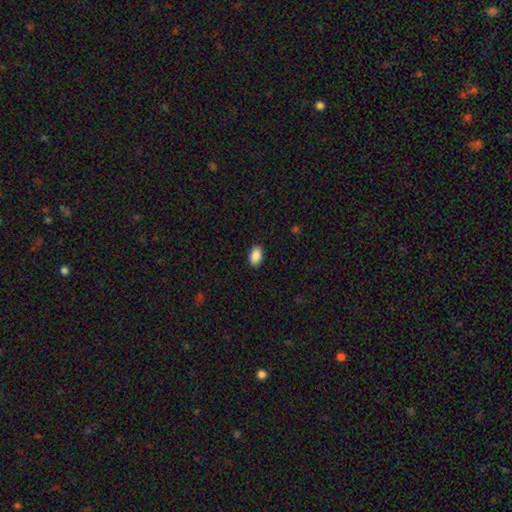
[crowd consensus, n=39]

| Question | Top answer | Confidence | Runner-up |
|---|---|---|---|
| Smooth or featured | smooth | 90% | star or artifact (10%) |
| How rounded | in between | 89% | round (9%) |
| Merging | none | 89% | minor disturbance (9%) |